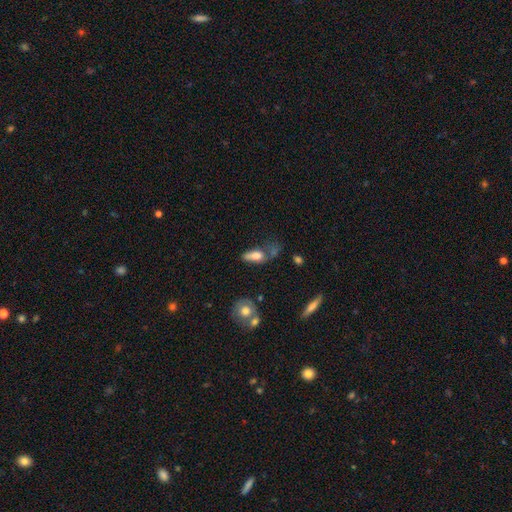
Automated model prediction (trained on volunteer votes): Q: Smooth or featured?
A: smooth (70%); runner-up: featured or disk (21%)
Q: How rounded?
A: in between (78%); runner-up: cigar-shaped (17%)
Q: Merging?
A: none (29%); runner-up: major disturbance (28%)